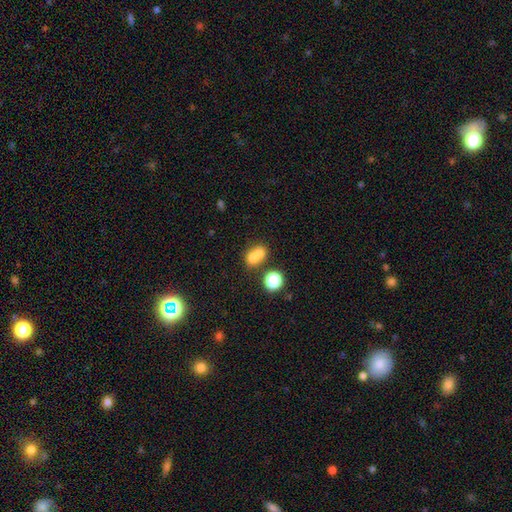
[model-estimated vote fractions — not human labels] A smooth galaxy with no disk features (69%) that is round (67%).

Vote fractions:
- Smooth or featured? smooth: 69% / featured or disk: 17% / star or artifact: 14%
- How rounded? round: 67% / in between: 31% / cigar-shaped: 1%
- Merging? merger: 64% / none: 28% / minor disturbance: 6% / major disturbance: 3%